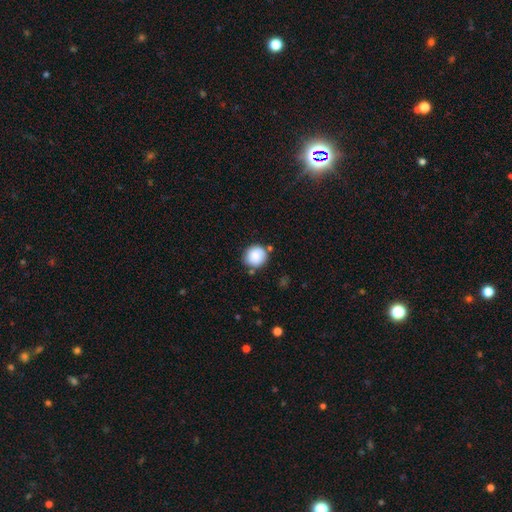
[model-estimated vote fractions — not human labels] This appears to be a smooth galaxy with no disk features (84%) that is round (87%). Merging: none (76%).